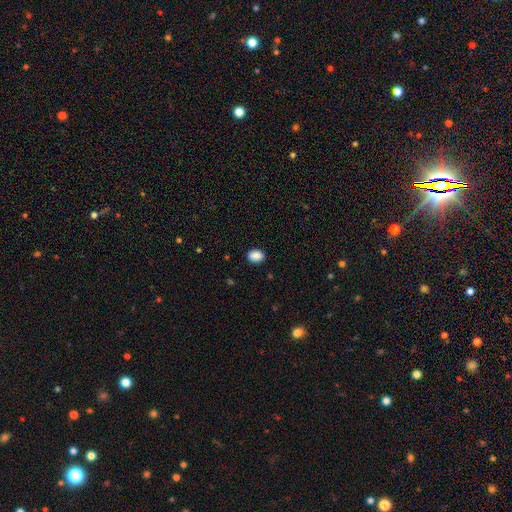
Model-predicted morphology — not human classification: type=smooth (89%); roundness=in between (64%); merging=none (89%).